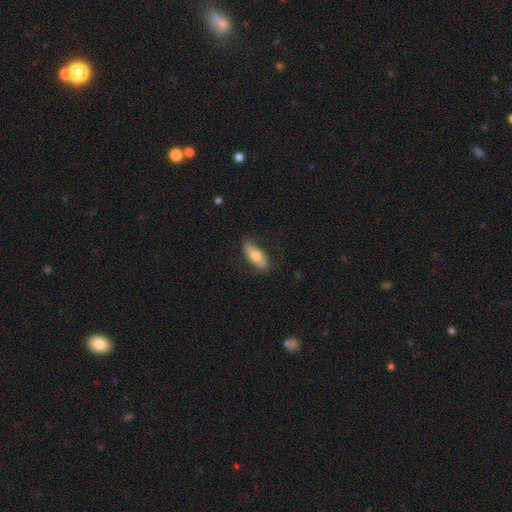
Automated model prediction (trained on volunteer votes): Morphology: type=smooth (65%); roundness=in between (66%); merging=none (78%).